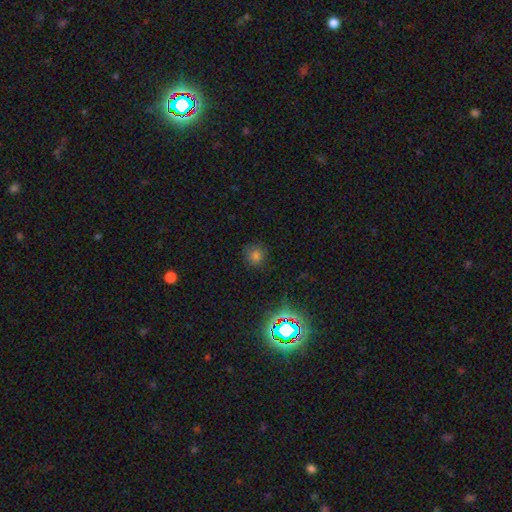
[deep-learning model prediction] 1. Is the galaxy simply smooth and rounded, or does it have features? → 73% smooth, 22% star or artifact, 6% featured or disk.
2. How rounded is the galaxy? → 89% round, 10% in between, 1% cigar-shaped.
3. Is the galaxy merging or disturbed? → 84% none, 11% minor disturbance, 3% major disturbance, 2% merger.